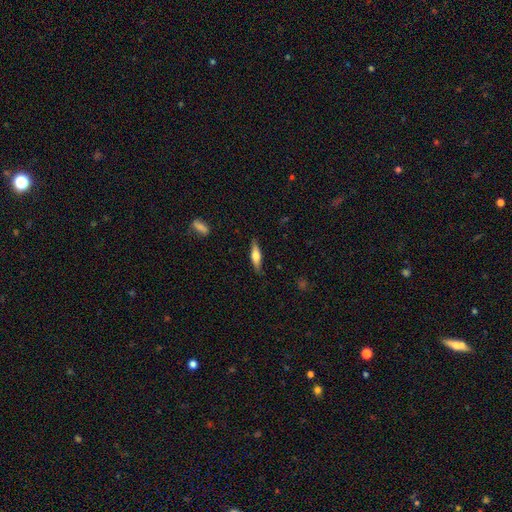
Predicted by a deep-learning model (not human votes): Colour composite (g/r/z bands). It shows a smooth galaxy with no disk features (55%) that is cigar-shaped (69%). Merging: none (85%).